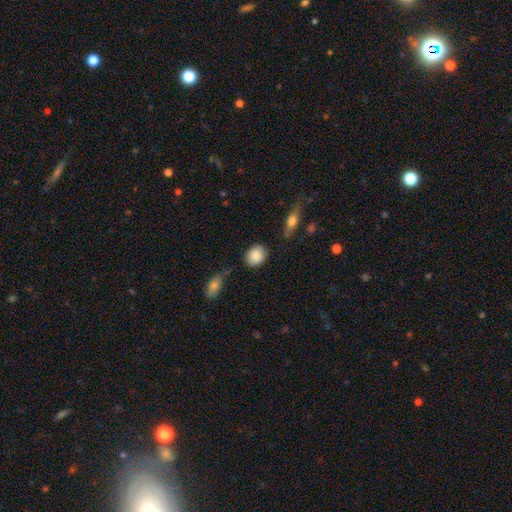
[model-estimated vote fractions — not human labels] This appears to be a smooth galaxy with no disk features (86%) that is round (52%). Merging: none (81%).